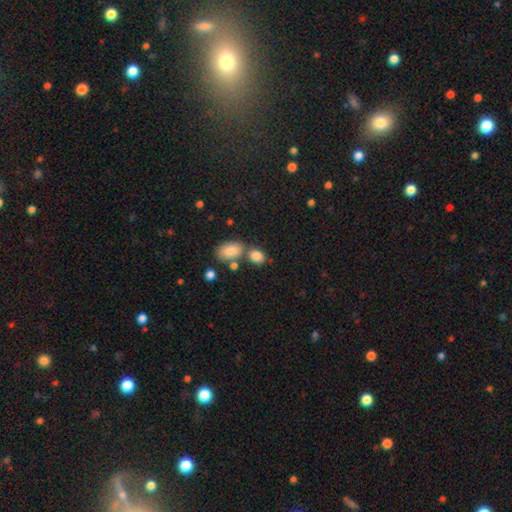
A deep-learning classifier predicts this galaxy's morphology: This appears to be a smooth galaxy with no disk features (85%) that is in between round and cigar-shaped (63%). Merging: none (57%).